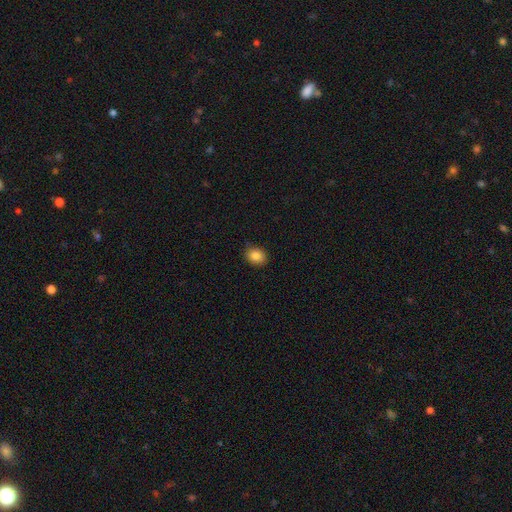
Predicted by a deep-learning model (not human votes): Overall: smooth (86%). How rounded: round (52%; in between 47%). Merging: none (84%).